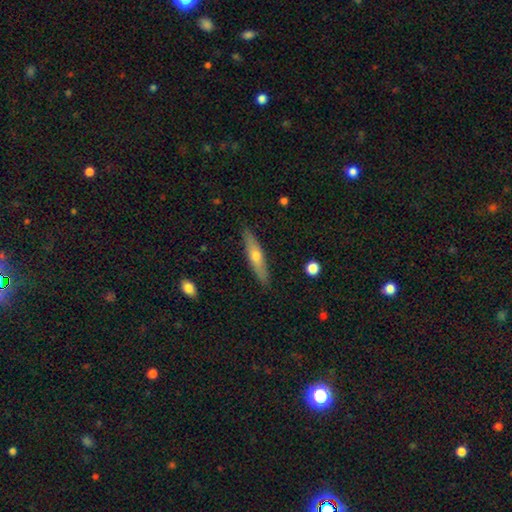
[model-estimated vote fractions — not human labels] featured or disk 49%, smooth 45%, star or artifact 6%. Down the decision tree: merging — none (89%).